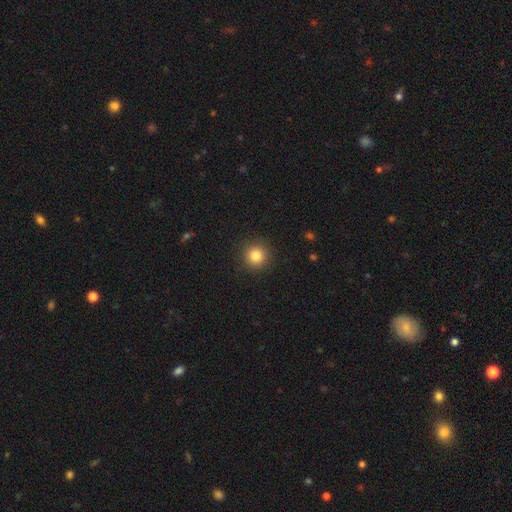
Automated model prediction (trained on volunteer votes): Q: Smooth or featured?
A: smooth (84%); runner-up: star or artifact (11%)
Q: How rounded?
A: round (94%); runner-up: in between (5%)
Q: Merging?
A: none (91%); runner-up: minor disturbance (6%)